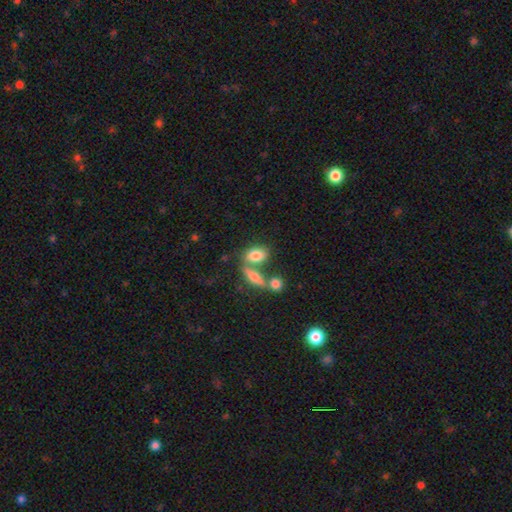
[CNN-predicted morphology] This is likely a smooth galaxy (77%). How rounded: clearly in between (82%). Merging: marginally none (43%).